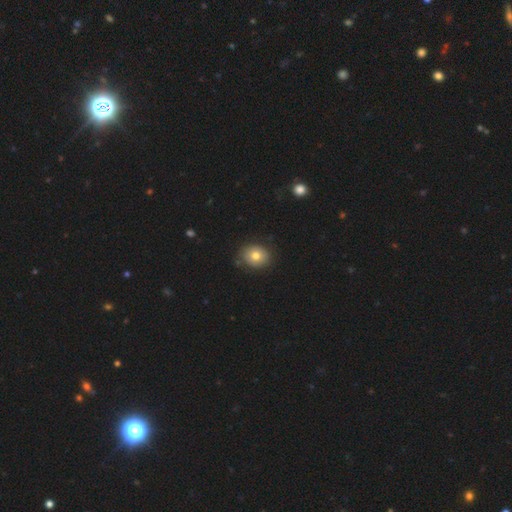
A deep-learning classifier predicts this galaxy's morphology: Smooth or featured? smooth (77%)
How rounded? round (58%)
Merging? none (84%)